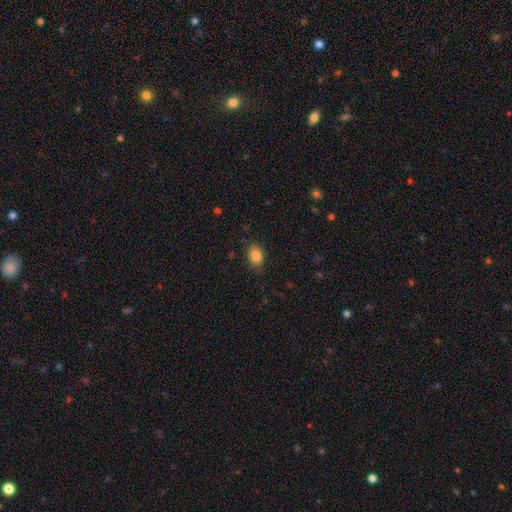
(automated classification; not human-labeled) Smooth or featured? smooth (86%)
How rounded? in between (72%)
Merging? none (83%)